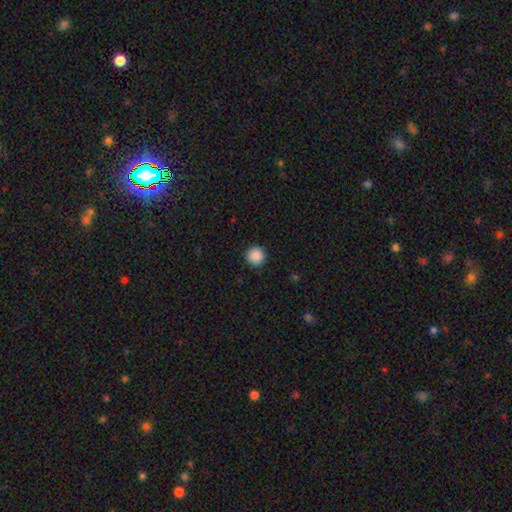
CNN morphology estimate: Smooth or featured? smooth (88%)
How rounded? round (96%)
Merging? none (93%)